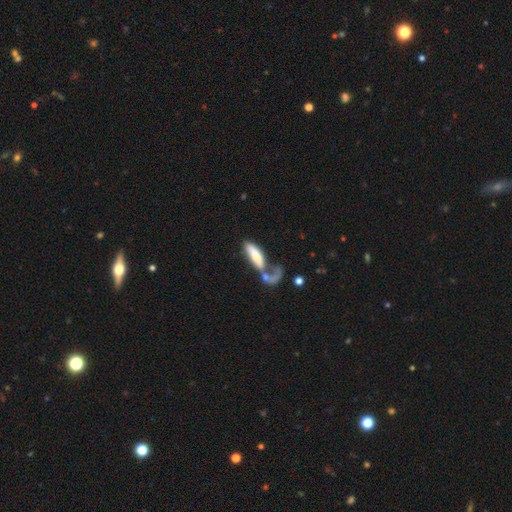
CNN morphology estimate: Smooth or featured? Predicted: smooth (p=0.68). How rounded? Predicted: in between (p=0.53). Merging? Predicted: merger (p=0.47).